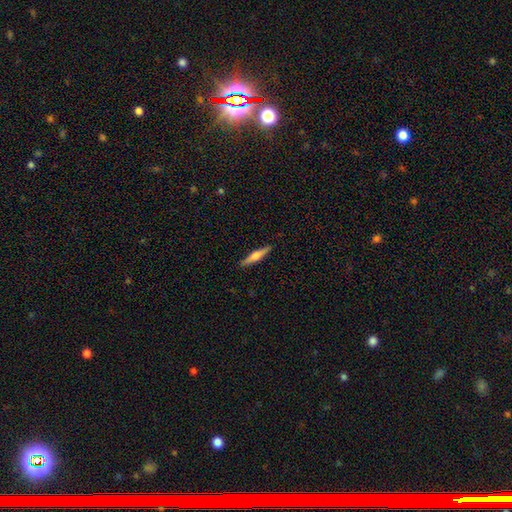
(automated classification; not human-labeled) Smooth or featured?
  - featured or disk: 55% *
  - smooth: 39%
  - star or artifact: 6%
Edge-on disk?
  - yes: 97% *
  - no: 3%
Edge-on bulge?
  - rounded: 88% *
  - boxy: 6%
  - none: 6%
Merging?
  - none: 91% *
  - minor disturbance: 7%
  - major disturbance: 1%
  - merger: 1%